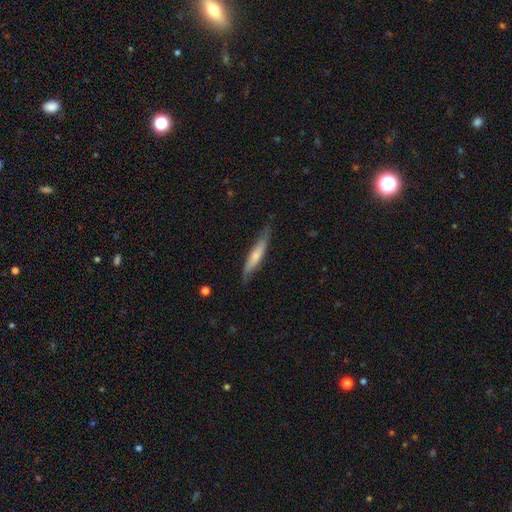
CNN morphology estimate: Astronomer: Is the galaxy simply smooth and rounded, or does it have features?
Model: smooth — 56% (runner-up: featured or disk, 38%).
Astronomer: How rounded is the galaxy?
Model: cigar-shaped — 88%.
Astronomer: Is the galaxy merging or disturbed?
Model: none — 73%.